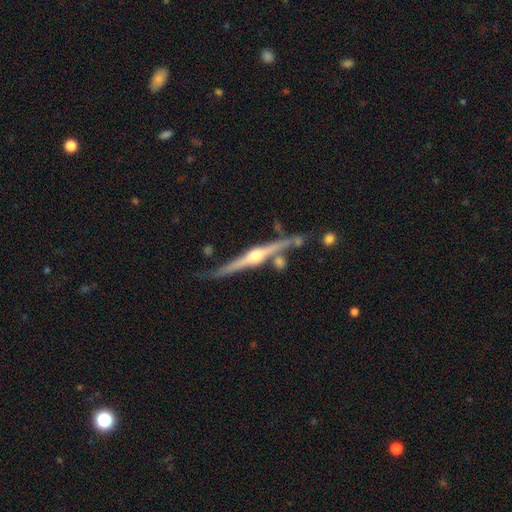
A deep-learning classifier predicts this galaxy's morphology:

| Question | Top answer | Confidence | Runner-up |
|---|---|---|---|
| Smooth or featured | featured or disk | 87% | smooth (8%) |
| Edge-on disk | yes | 98% | no (2%) |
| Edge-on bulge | rounded | 95% | boxy (3%) |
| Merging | none | 76% | minor disturbance (14%) |